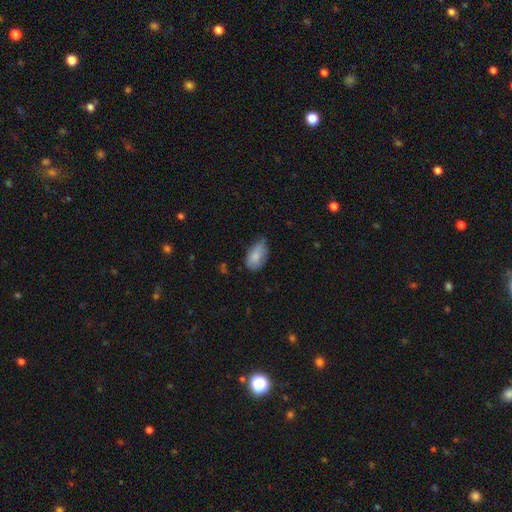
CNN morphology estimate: Q: Smooth or featured?
A: smooth (82%); runner-up: featured or disk (10%)
Q: How rounded?
A: in between (92%); runner-up: round (6%)
Q: Merging?
A: none (48%); runner-up: minor disturbance (41%)